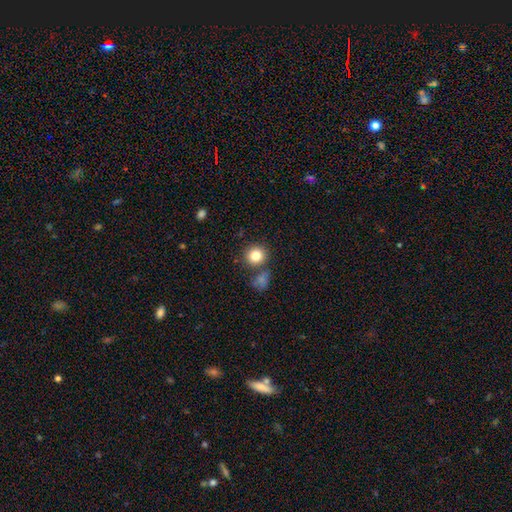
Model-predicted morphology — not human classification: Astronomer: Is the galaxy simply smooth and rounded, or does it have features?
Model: smooth — 83%.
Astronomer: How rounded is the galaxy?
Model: round — 88%.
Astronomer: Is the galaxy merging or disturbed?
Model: none — 76%.